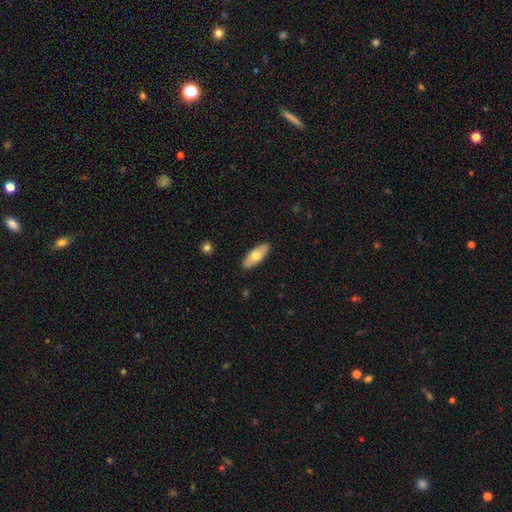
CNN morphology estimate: Smooth or featured? Predicted: smooth (p=0.65). How rounded? Predicted: in between (p=0.76). Merging? Predicted: none (p=0.89).